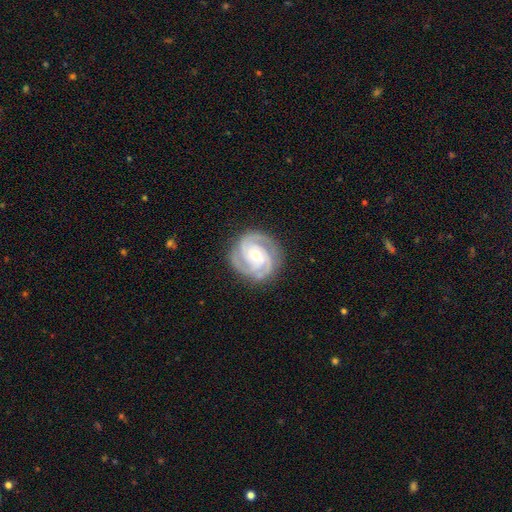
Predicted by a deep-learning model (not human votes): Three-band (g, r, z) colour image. It shows a featured or disk galaxy (91%) with no bar (65%), 3 (62%) tight (69%) spiral arms (98%) and a moderate central bulge (59%). Merging: none (83%).